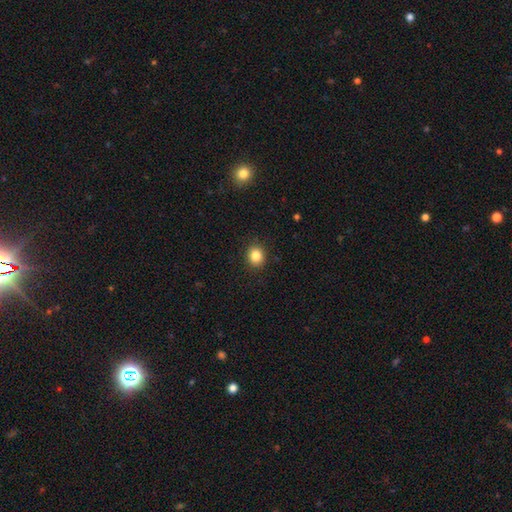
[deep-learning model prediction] Overall: smooth (84%). How rounded: round (73%). Merging: none (90%).